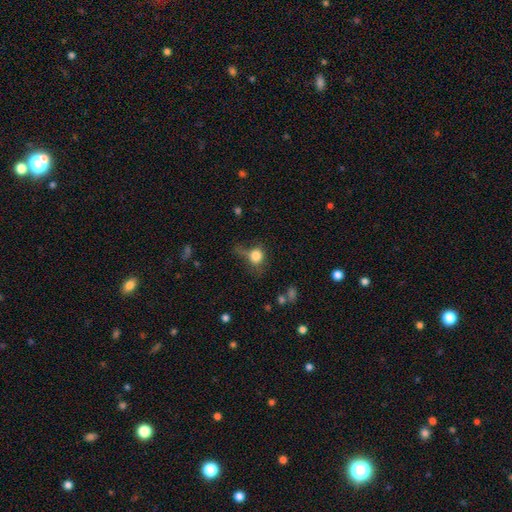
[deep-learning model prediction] Overall: smooth (79%). How rounded: round (74%). Merging: none (42%; minor disturbance 28%).